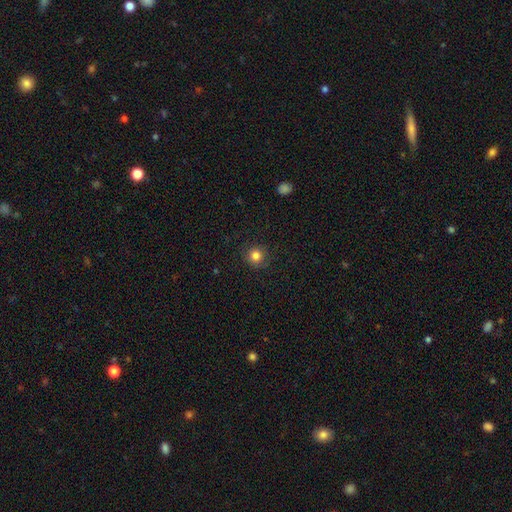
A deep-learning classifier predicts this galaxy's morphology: This is clearly a smooth galaxy (82%). How rounded: clearly round (94%). Merging: clearly none (90%).